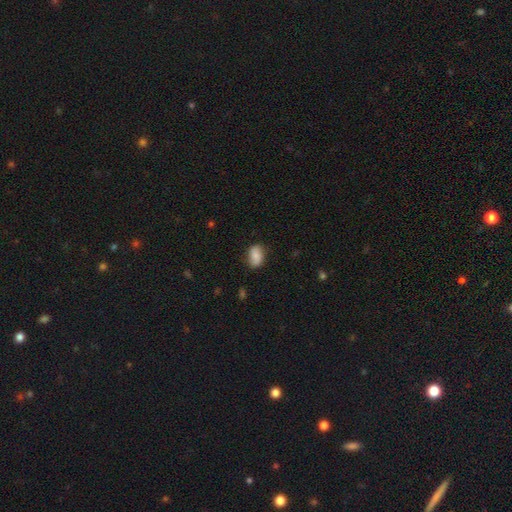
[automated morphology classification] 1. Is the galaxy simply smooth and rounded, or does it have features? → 77% smooth, 16% featured or disk, 8% star or artifact.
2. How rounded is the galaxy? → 85% in between, 13% round, 2% cigar-shaped.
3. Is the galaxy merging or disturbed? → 74% none, 20% minor disturbance, 4% major disturbance, 1% merger.